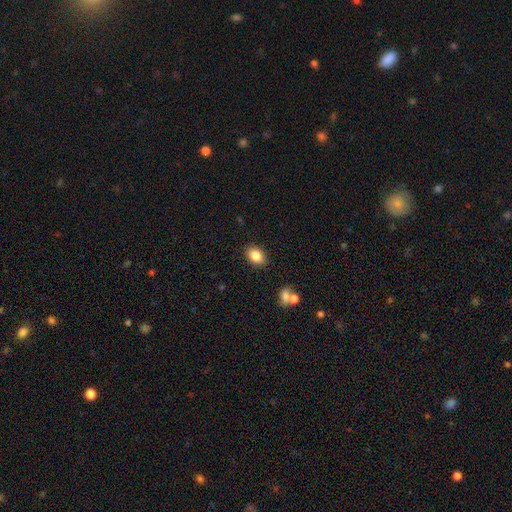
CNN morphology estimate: smooth 84%, star or artifact 9%, featured or disk 6%. Down the decision tree: how rounded — in between (70%); merging — none (87%).